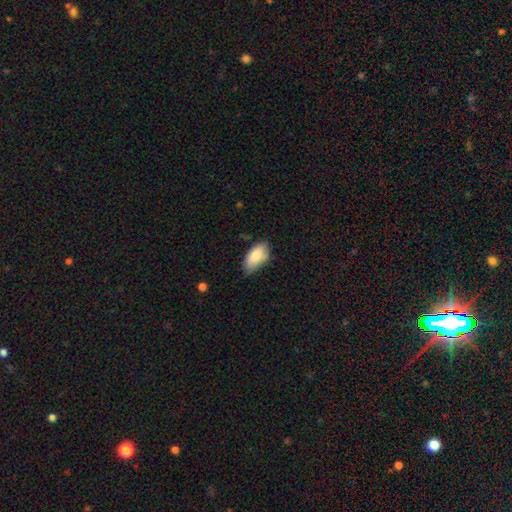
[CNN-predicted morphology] Smooth or featured?
  - smooth: 82% *
  - featured or disk: 12%
  - star or artifact: 7%
How rounded?
  - in between: 94% *
  - cigar-shaped: 4%
  - round: 3%
Merging?
  - none: 67% *
  - minor disturbance: 27%
  - major disturbance: 4%
  - merger: 2%